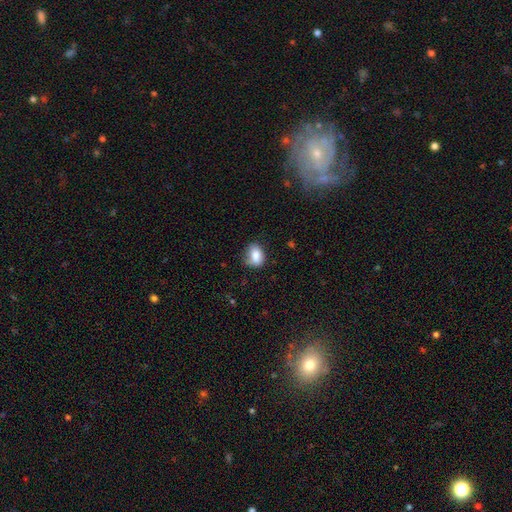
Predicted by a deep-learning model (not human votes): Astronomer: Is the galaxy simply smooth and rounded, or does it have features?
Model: smooth — 82%.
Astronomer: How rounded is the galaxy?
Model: in between — 69%.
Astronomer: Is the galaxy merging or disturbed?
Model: none — 59%.